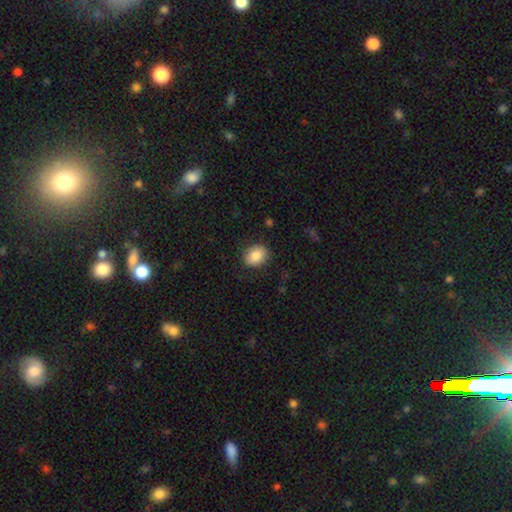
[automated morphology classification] smooth 86%, star or artifact 8%, featured or disk 6%. Down the decision tree: how rounded — in between (54%); merging — none (85%).